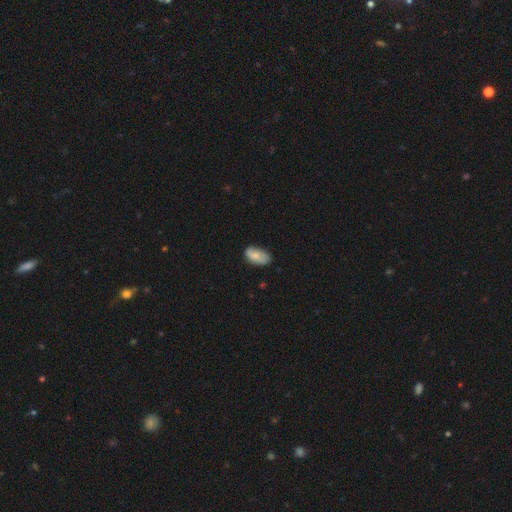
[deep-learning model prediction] A smooth galaxy with no disk features (76%) that is in between round and cigar-shaped (94%).

Vote fractions:
- Smooth or featured? smooth: 76% / featured or disk: 17% / star or artifact: 7%
- How rounded? in between: 94% / round: 4% / cigar-shaped: 3%
- Merging? none: 65% / minor disturbance: 28% / major disturbance: 5% / merger: 2%